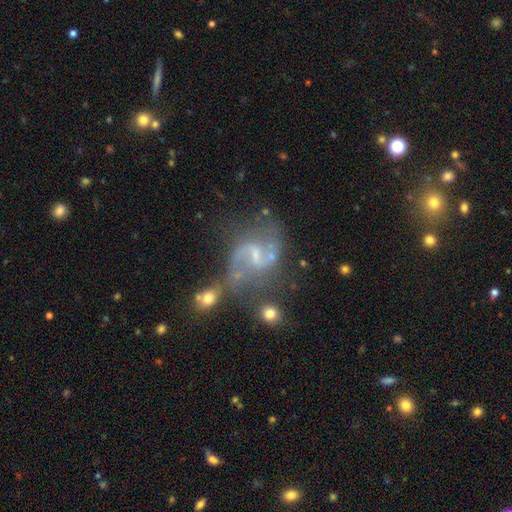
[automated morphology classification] Smooth or featured? featured or disk (84%)
Edge-on disk? no (98%)
Bar? weak (55%)
Spiral arms? yes (94%)
Spiral winding? loose (64%)
Spiral arm count? 2 (91%)
Bulge size? small (57%)
Merging? none (47%)